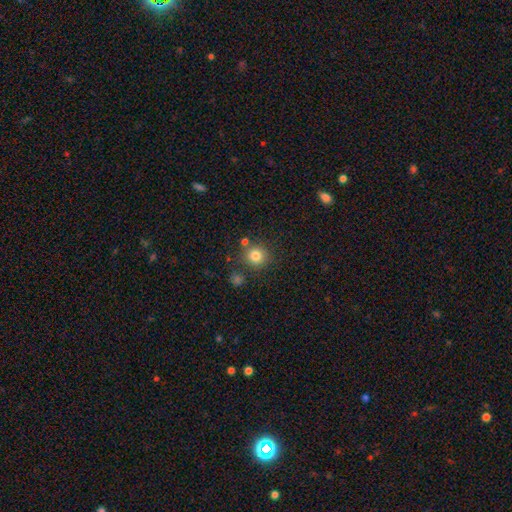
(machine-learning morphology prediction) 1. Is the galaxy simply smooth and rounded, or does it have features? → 81% smooth, 12% star or artifact, 7% featured or disk.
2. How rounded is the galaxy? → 91% round, 8% in between, 1% cigar-shaped.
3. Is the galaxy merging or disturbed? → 80% none, 9% minor disturbance, 8% merger, 3% major disturbance.